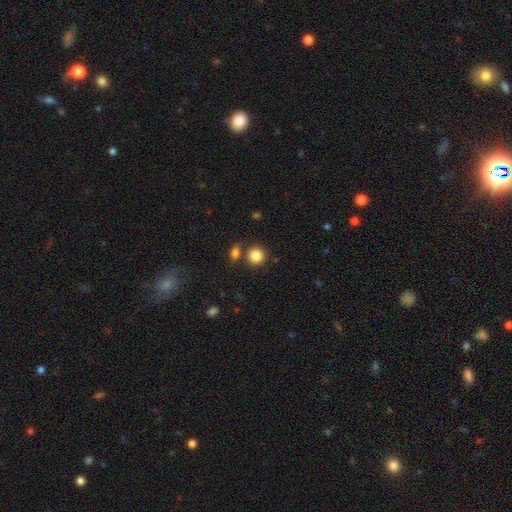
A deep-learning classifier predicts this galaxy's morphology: Smooth or featured? smooth (85%)
How rounded? round (89%)
Merging? none (75%)